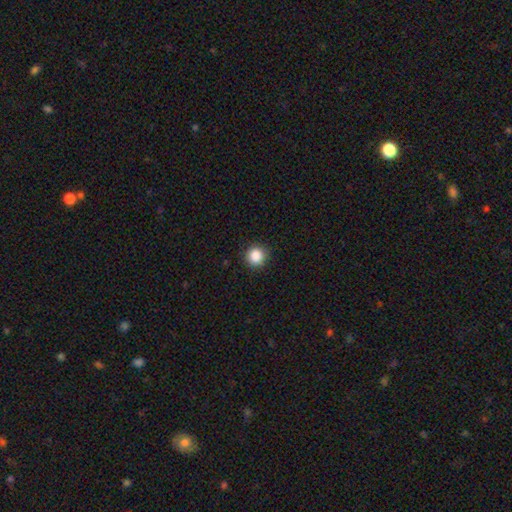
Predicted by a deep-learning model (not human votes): A smooth galaxy with no disk features (88%) that is round (93%). Merging: none (90%).